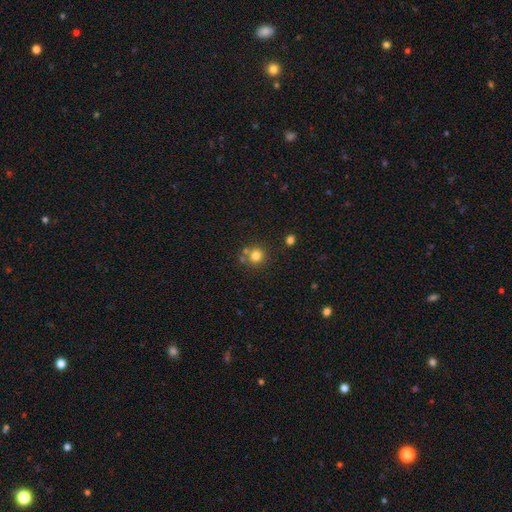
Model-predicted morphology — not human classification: Smooth or featured?
  - smooth: 80% *
  - star or artifact: 13%
  - featured or disk: 7%
How rounded?
  - round: 91% *
  - in between: 8%
  - cigar-shaped: 1%
Merging?
  - none: 73% *
  - merger: 14%
  - minor disturbance: 9%
  - major disturbance: 3%